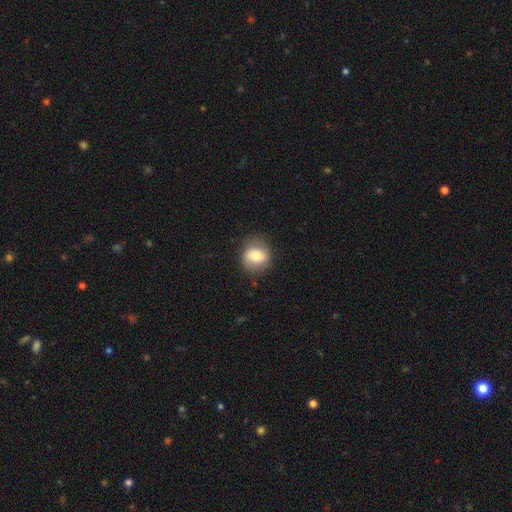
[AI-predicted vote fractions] A smooth galaxy with no disk features (73%) that is round (77%).

Vote fractions:
- Smooth or featured? smooth: 73% / featured or disk: 19% / star or artifact: 8%
- How rounded? round: 77% / in between: 22% / cigar-shaped: 1%
- Merging? none: 79% / minor disturbance: 15% / major disturbance: 5% / merger: 1%